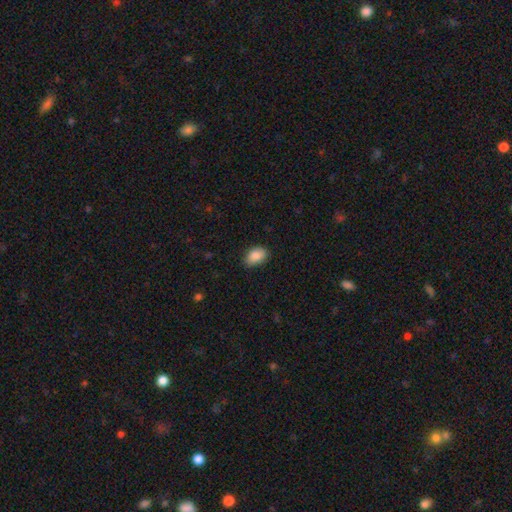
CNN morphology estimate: Smooth or featured: smooth — 88% (star or artifact — 7%)
How rounded: in between — 89% (round — 9%)
Merging: none — 82% (minor disturbance — 15%)